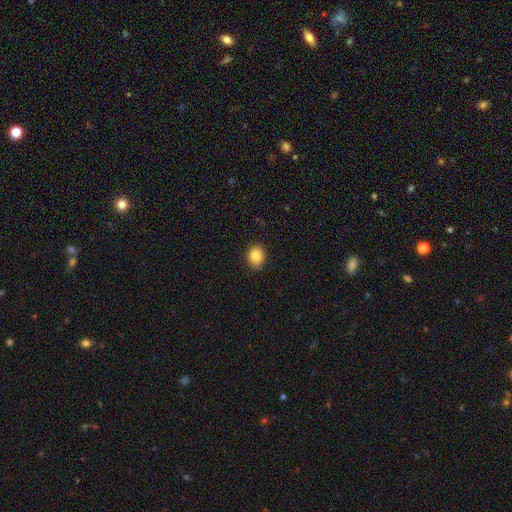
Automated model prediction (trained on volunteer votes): Smooth or featured? Predicted: smooth (p=0.86). How rounded? Predicted: round (p=0.64). Merging? Predicted: none (p=0.88).